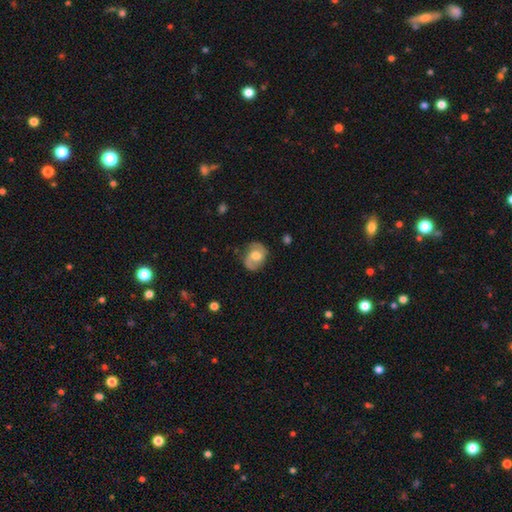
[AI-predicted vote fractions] smooth-or-featured: featured or disk: 61% | smooth: 32% | star or artifact: 7%
  disk-edge-on: no: 97% | yes: 3%
    bar: no: 51% | weak: 40% | strong: 9%
    has-spiral-arms: yes: 85% | no: 15%
    bulge-size: moderate: 58% | large: 23% | small: 14% | none: 4% | dominant: 2%
  merging: none: 68% | minor disturbance: 21% | major disturbance: 8% | merger: 2%